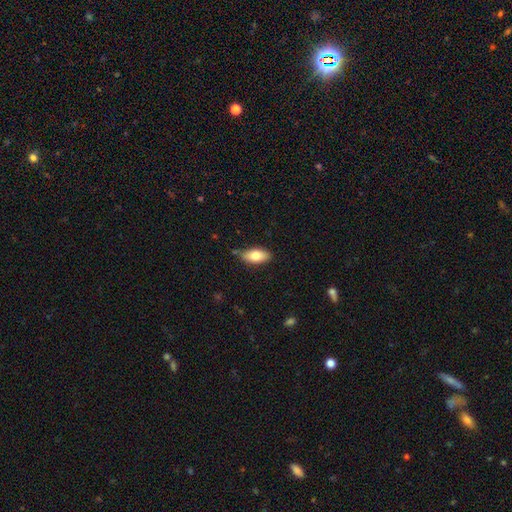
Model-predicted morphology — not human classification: Smooth or featured?
  - smooth: 77% *
  - featured or disk: 16%
  - star or artifact: 7%
How rounded?
  - in between: 89% *
  - cigar-shaped: 8%
  - round: 3%
Merging?
  - none: 75% *
  - minor disturbance: 20%
  - major disturbance: 3%
  - merger: 3%